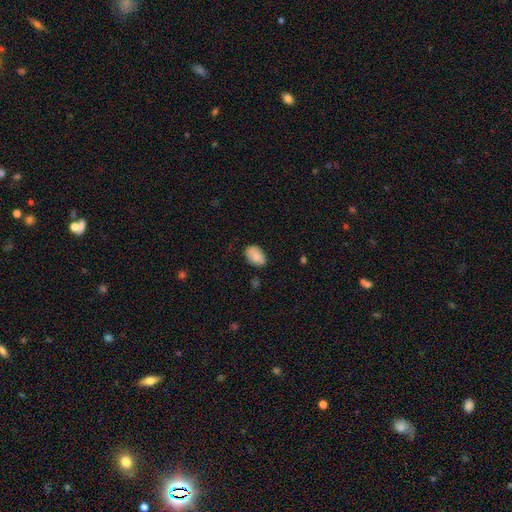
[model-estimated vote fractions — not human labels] A smooth galaxy with no disk features (86%) that is in between round and cigar-shaped (89%). Merging: none (79%).